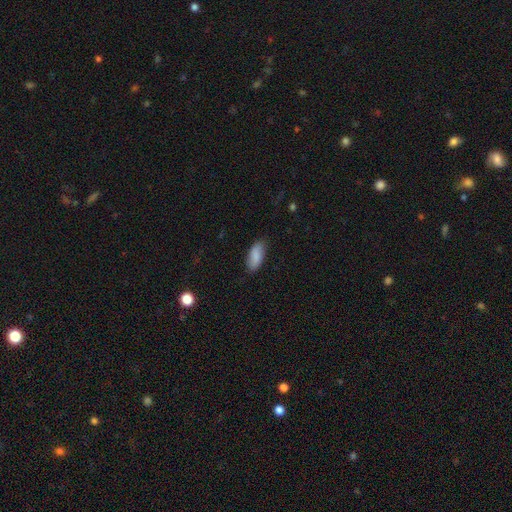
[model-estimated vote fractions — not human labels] smooth-or-featured: smooth: 85% | featured or disk: 9% | star or artifact: 6%
  how-rounded: in between: 86% | cigar-shaped: 12% | round: 2%
  merging: none: 81% | minor disturbance: 15% | major disturbance: 3% | merger: 1%